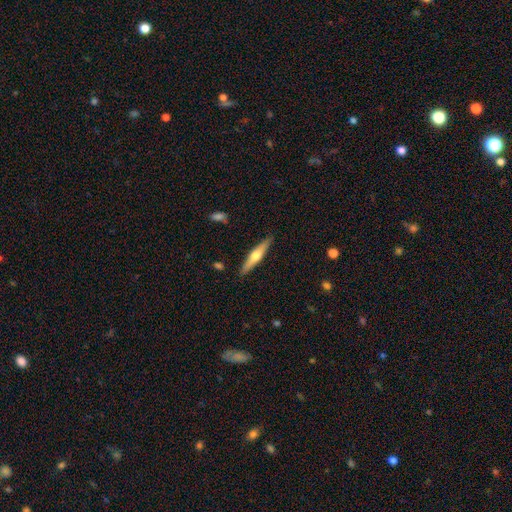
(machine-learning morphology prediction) Q: Smooth or featured?
A: featured or disk (53%); runner-up: smooth (42%)
Q: Edge-on disk?
A: yes (95%); runner-up: no (5%)
Q: Edge-on bulge?
A: rounded (91%); runner-up: none (6%)
Q: Merging?
A: none (89%); runner-up: minor disturbance (8%)